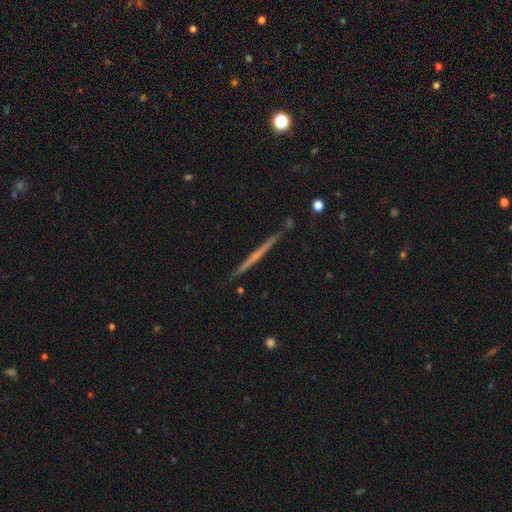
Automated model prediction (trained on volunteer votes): This is likely a featured or disk galaxy (64%). It is clearly viewed edge-on (98%). Edge-on bulge: likely none (78%). Merging: clearly none (89%).